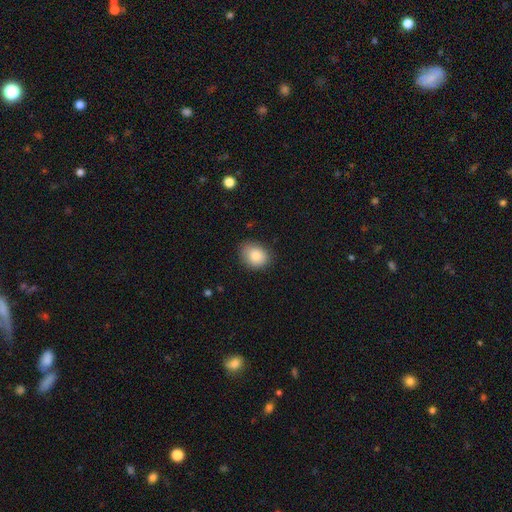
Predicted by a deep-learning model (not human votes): Overall: smooth (84%). How rounded: in between (53%; round 46%). Merging: none (80%).